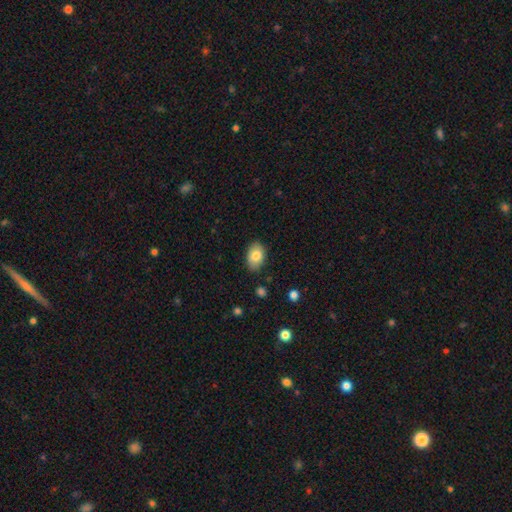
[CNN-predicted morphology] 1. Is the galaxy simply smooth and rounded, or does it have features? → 83% smooth, 10% featured or disk, 7% star or artifact.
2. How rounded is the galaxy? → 88% in between, 11% round, 1% cigar-shaped.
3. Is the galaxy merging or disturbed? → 85% none, 11% minor disturbance, 2% major disturbance, 1% merger.